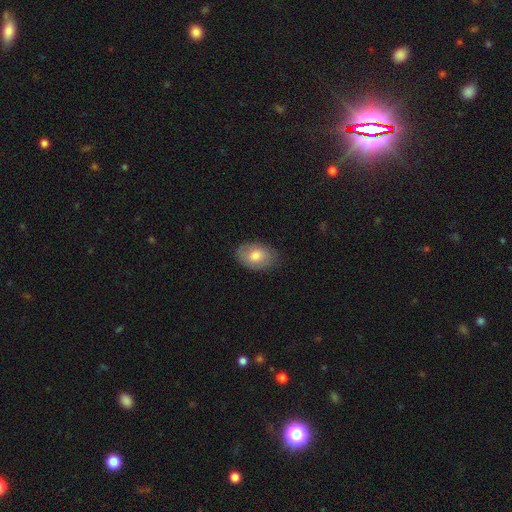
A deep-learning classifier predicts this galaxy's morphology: Overall: smooth (75%). How rounded: in between (87%). Merging: none (81%).